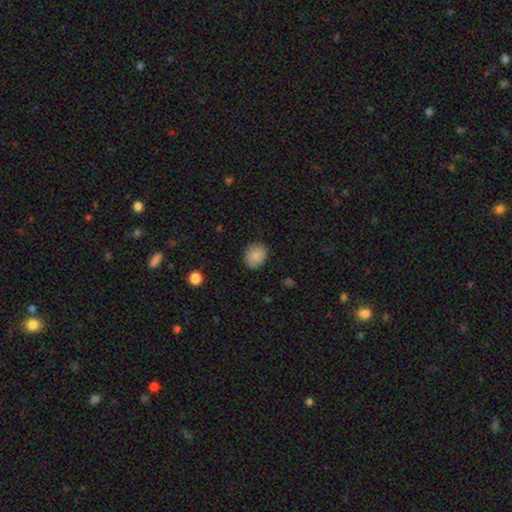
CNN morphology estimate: smooth-or-featured: smooth: 87% | star or artifact: 8% | featured or disk: 5%
  how-rounded: round: 63% | in between: 36% | cigar-shaped: 1%
  merging: none: 85% | minor disturbance: 12% | major disturbance: 3% | merger: 1%